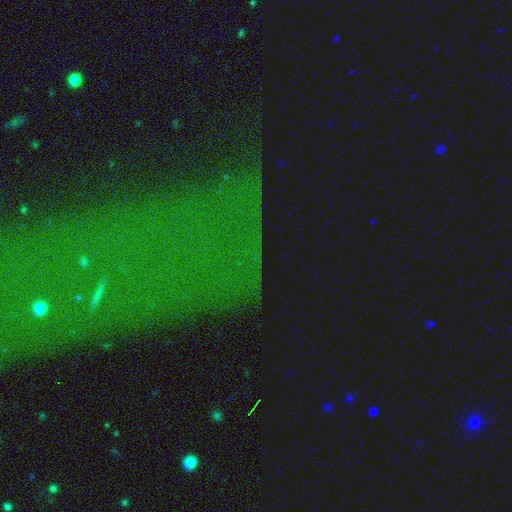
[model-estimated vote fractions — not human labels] smooth_or_featured: star or artifact (p=0.75) [alt: featured or disk p=0.14]